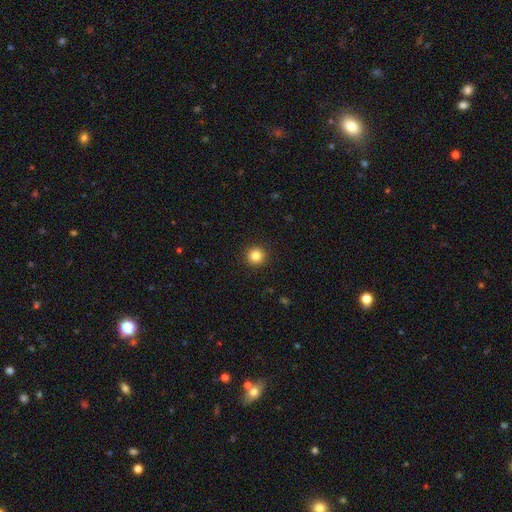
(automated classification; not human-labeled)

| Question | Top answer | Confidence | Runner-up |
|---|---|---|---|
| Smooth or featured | smooth | 85% | star or artifact (11%) |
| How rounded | round | 95% | in between (4%) |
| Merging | none | 93% | minor disturbance (4%) |